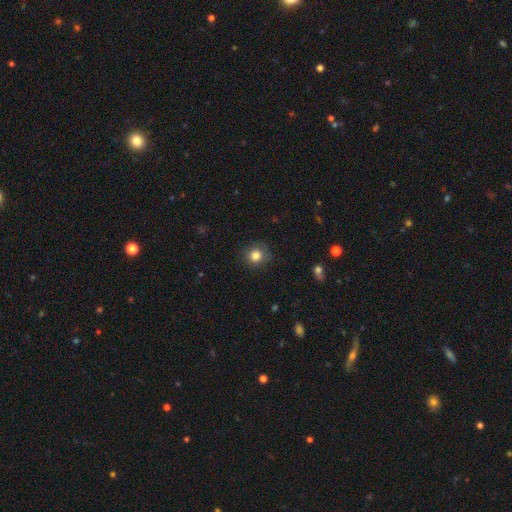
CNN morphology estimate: Smooth or featured? Predicted: smooth (p=0.82). How rounded? Predicted: round (p=0.90). Merging? Predicted: none (p=0.83).